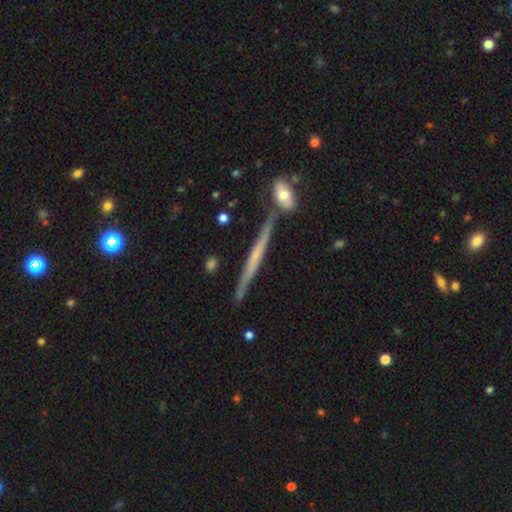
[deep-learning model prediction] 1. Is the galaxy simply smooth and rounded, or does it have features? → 63% featured or disk, 31% smooth, 6% star or artifact.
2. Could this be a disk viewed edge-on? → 96% yes, 4% no.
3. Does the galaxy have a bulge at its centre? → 66% none, 25% rounded, 9% boxy.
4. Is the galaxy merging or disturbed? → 81% none, 10% minor disturbance, 6% merger, 3% major disturbance.